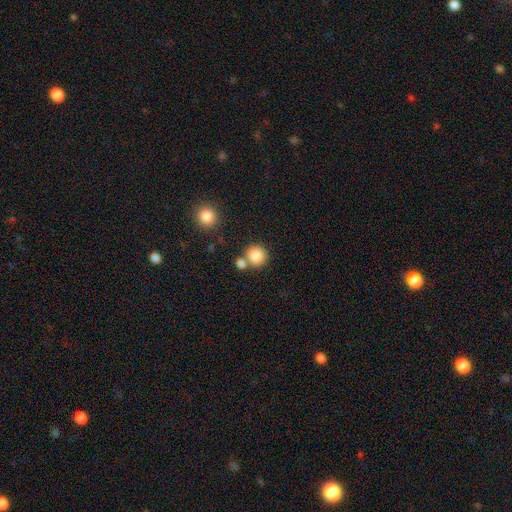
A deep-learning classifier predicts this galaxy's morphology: Smooth or featured: smooth — 85% (star or artifact — 9%)
How rounded: round — 91% (in between — 8%)
Merging: none — 64% (merger — 24%)